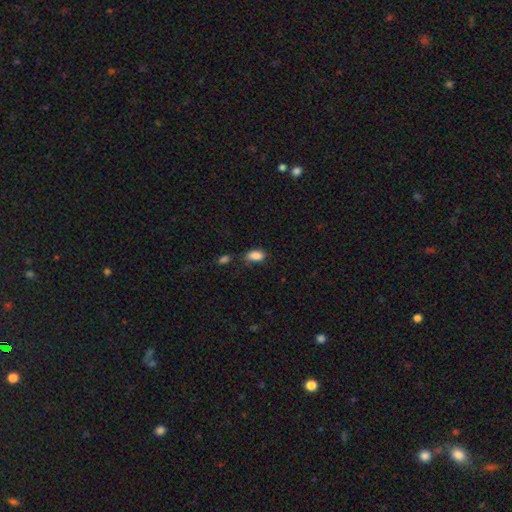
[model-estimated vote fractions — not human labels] Smooth or featured?
  - smooth: 87% *
  - star or artifact: 9%
  - featured or disk: 5%
How rounded?
  - in between: 91% *
  - round: 6%
  - cigar-shaped: 3%
Merging?
  - none: 60% *
  - minor disturbance: 26%
  - major disturbance: 7%
  - merger: 7%